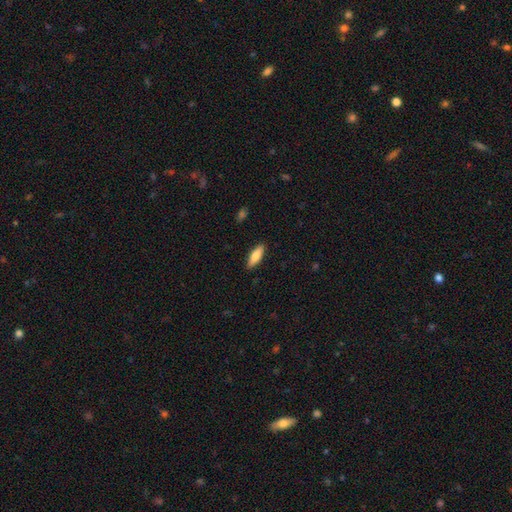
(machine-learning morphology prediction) Smooth or featured? Predicted: smooth (p=0.76). How rounded? Predicted: in between (p=0.53). Merging? Predicted: none (p=0.89).